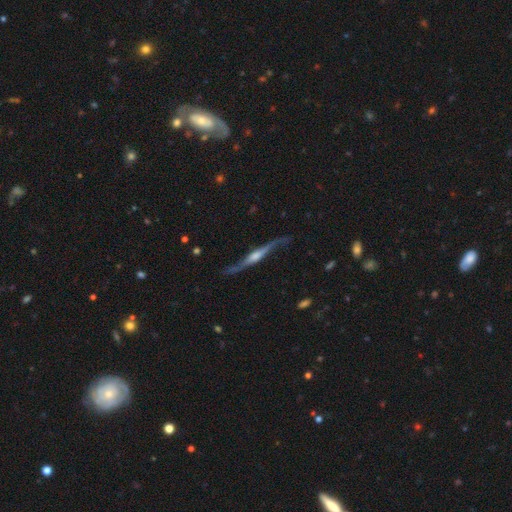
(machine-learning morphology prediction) A featured or disk galaxy (83%) viewed edge-on (84%) with a rounded central bulge (67%).

Vote fractions:
- Smooth or featured? featured or disk: 83% / smooth: 12% / star or artifact: 5%
- Edge-on disk? yes: 84% / no: 16%
- Edge-on bulge? rounded: 67% / boxy: 21% / none: 12%
- Merging? none: 69% / minor disturbance: 21% / major disturbance: 8% / merger: 2%